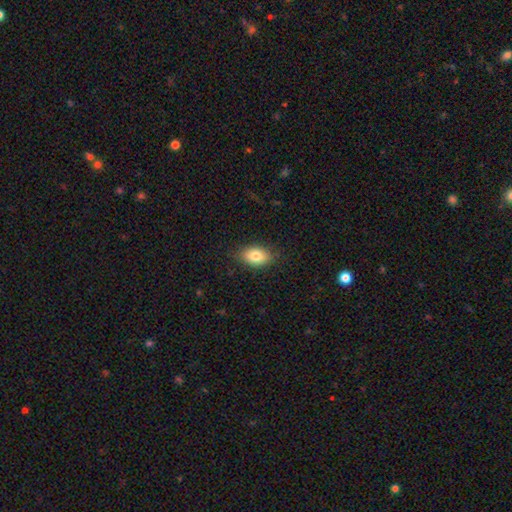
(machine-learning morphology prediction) smooth_or_featured: smooth (p=0.79) [alt: featured or disk p=0.12]
how_rounded: in between (p=0.86) [alt: round p=0.12]
merging: none (p=0.84) [alt: minor disturbance p=0.13]